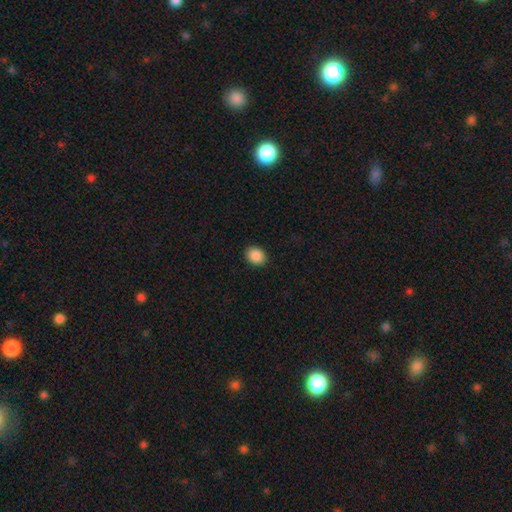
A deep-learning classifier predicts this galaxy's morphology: smooth-or-featured: smooth: 89% | star or artifact: 8% | featured or disk: 3%
  how-rounded: round: 50% | in between: 49% | cigar-shaped: 1%
  merging: none: 90% | minor disturbance: 7% | major disturbance: 2% | merger: 1%